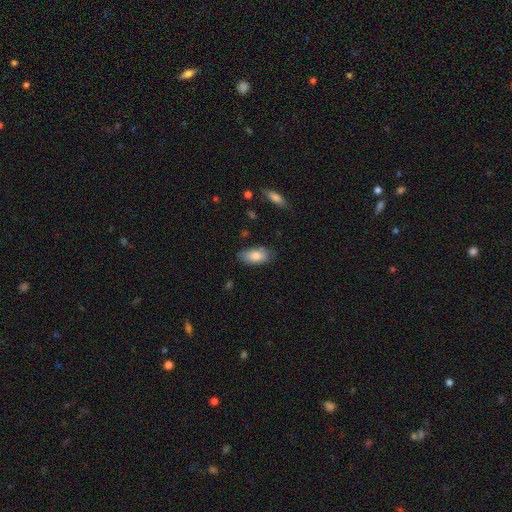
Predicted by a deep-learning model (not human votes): Smooth or featured? smooth (83%)
How rounded? in between (91%)
Merging? none (81%)